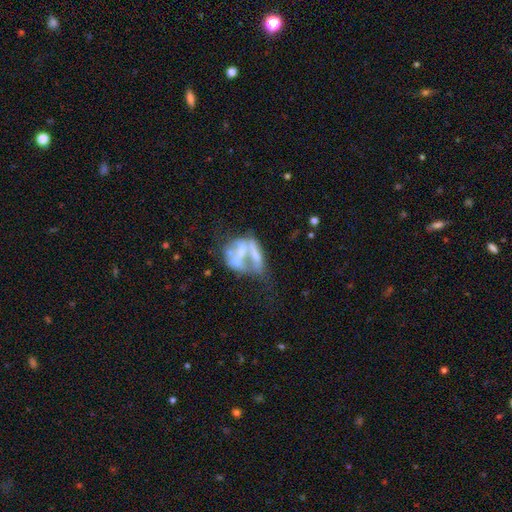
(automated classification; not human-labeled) Morphology: type=featured or disk (61%); edge-on=no (95%); bar=no (82%); spiral arms=no (91%); bulge=none (46%); merging=merger (54%).